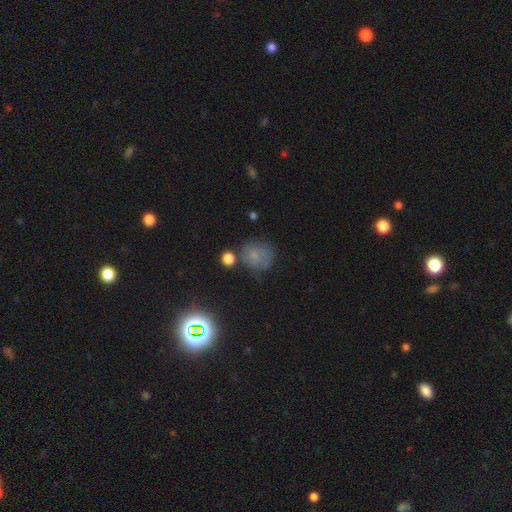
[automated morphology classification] A smooth galaxy with no disk features (64%) that is round (79%). Merging: none (59%).